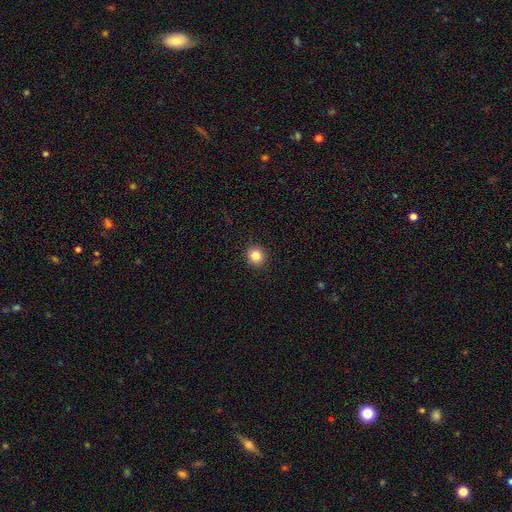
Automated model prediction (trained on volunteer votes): Q: Smooth or featured?
A: smooth (84%); runner-up: star or artifact (11%)
Q: How rounded?
A: round (91%); runner-up: in between (8%)
Q: Merging?
A: none (93%); runner-up: minor disturbance (5%)